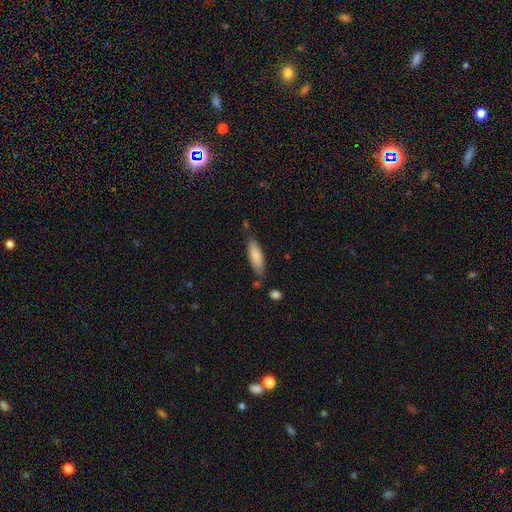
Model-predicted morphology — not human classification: smooth_or_featured: smooth (p=0.83) [alt: featured or disk p=0.11]
how_rounded: cigar-shaped (p=0.51) [alt: in between p=0.47]
merging: none (p=0.75) [alt: minor disturbance p=0.17]